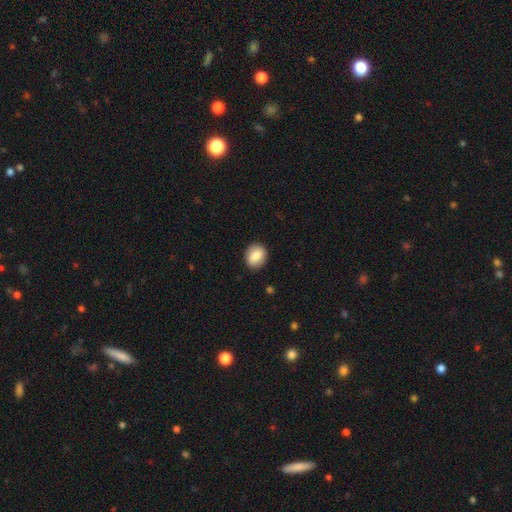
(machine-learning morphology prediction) type=smooth (80%); roundness=round (55%); merging=none (89%).